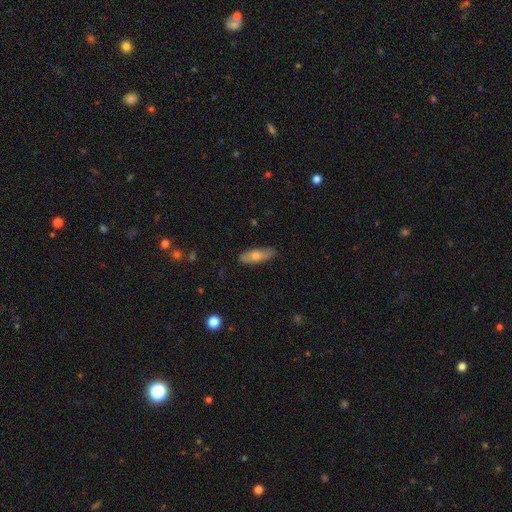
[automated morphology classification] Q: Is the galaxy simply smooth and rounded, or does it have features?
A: smooth — 62%.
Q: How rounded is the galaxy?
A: in between — 52%.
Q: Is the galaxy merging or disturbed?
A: none — 83%.